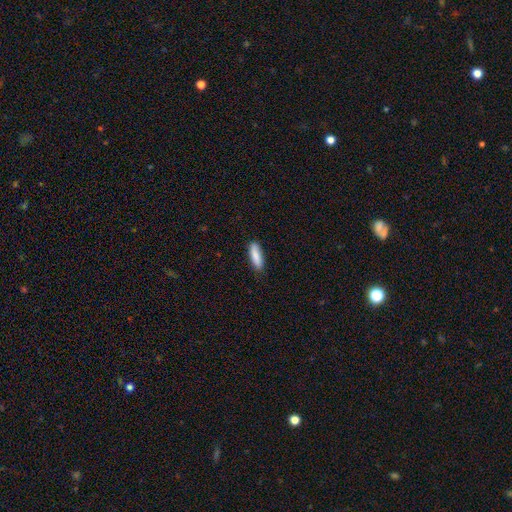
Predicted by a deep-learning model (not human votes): Smooth or featured?
  - smooth: 87% *
  - featured or disk: 7%
  - star or artifact: 6%
How rounded?
  - cigar-shaped: 57% *
  - in between: 41%
  - round: 2%
Merging?
  - none: 86% *
  - minor disturbance: 11%
  - major disturbance: 2%
  - merger: 1%